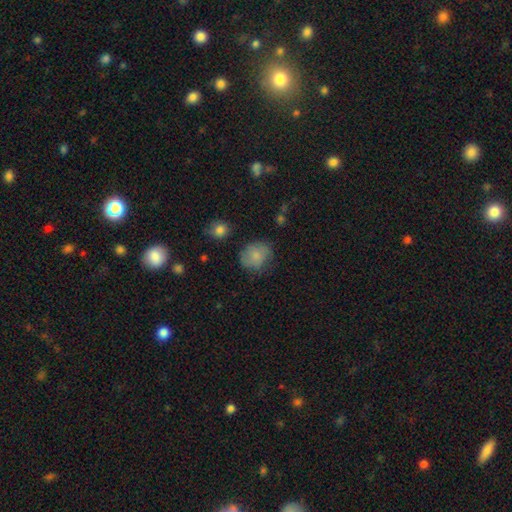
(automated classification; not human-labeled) A smooth galaxy with no disk features (78%) that is round (71%). Merging: none (68%).